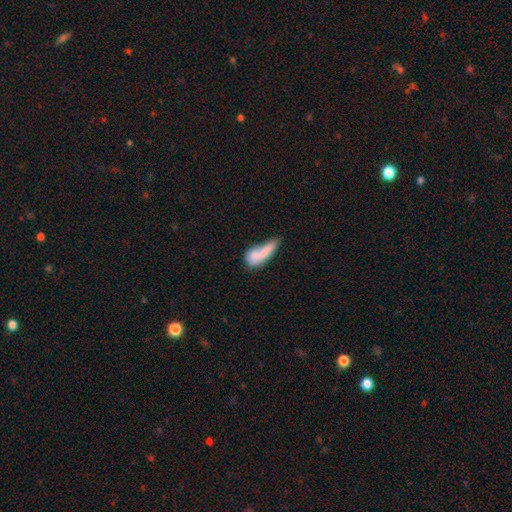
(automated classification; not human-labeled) Morphology: type=smooth (72%); roundness=in between (58%); merging=merger (34%).